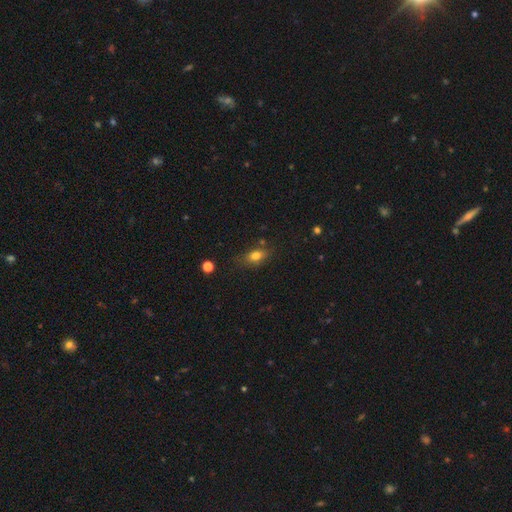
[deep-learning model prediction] Smooth or featured: smooth — 77% (featured or disk — 12%)
How rounded: in between — 76% (round — 17%)
Merging: none — 70% (minor disturbance — 20%)